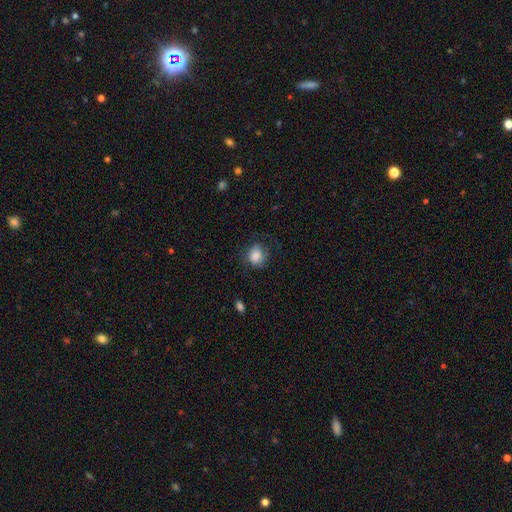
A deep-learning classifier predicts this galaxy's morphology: Smooth or featured? Predicted: smooth (p=0.82). How rounded? Predicted: round (p=0.57). Merging? Predicted: none (p=0.61).